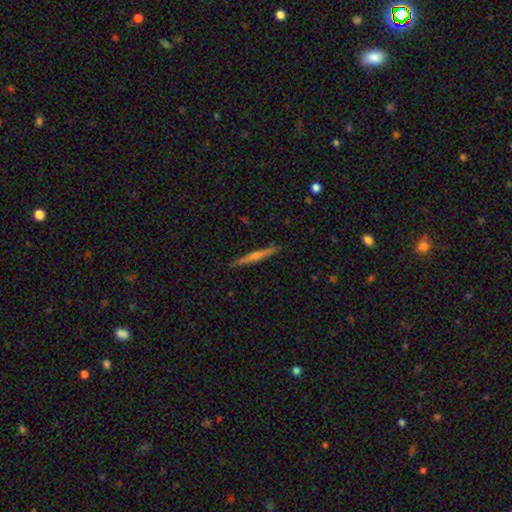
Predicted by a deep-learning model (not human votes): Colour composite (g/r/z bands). It shows a featured or disk galaxy (62%) viewed edge-on (98%) with a rounded central bulge (71%). Merging: none (91%).